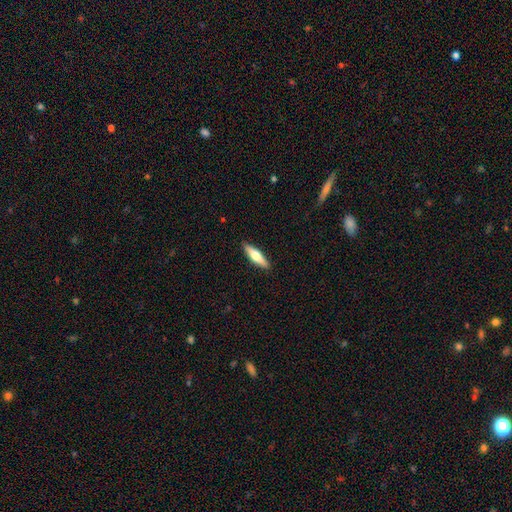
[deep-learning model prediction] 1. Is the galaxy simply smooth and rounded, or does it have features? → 52% smooth, 43% featured or disk, 5% star or artifact.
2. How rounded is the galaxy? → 68% cigar-shaped, 30% in between, 2% round.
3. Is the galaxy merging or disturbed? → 90% none, 7% minor disturbance, 2% major disturbance, 1% merger.